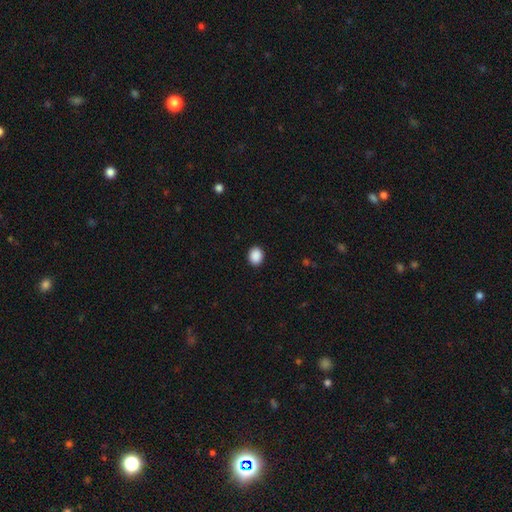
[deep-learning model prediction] smooth_or_featured: smooth (p=0.90) [alt: star or artifact p=0.08]
how_rounded: round (p=0.57) [alt: in between p=0.42]
merging: none (p=0.91) [alt: minor disturbance p=0.06]